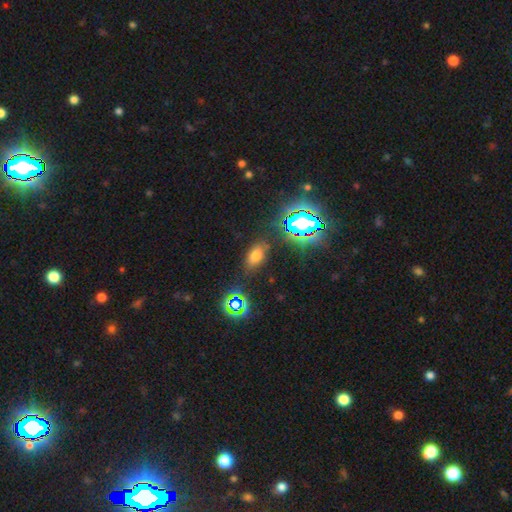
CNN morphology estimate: Overall: smooth (63%; star or artifact 27%). How rounded: in between (86%). Merging: none (81%).